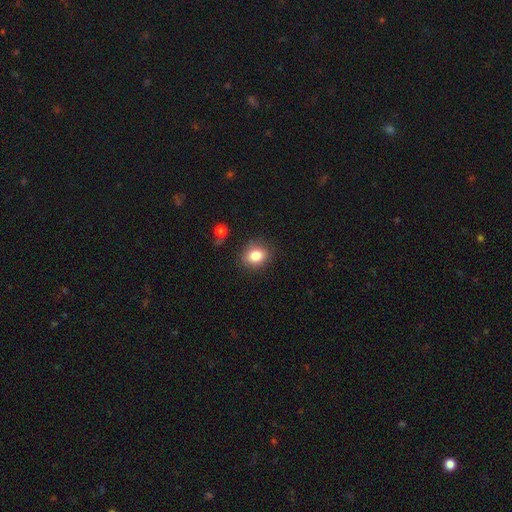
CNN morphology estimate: smooth 83%, star or artifact 10%, featured or disk 7%. Down the decision tree: how rounded — round (55%); merging — none (83%).